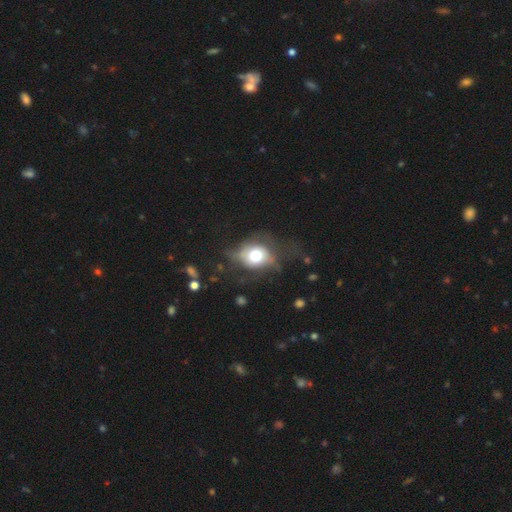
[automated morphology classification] This appears to be a smooth galaxy with no disk features (58%) that is round (62%). Merging: none (45%).